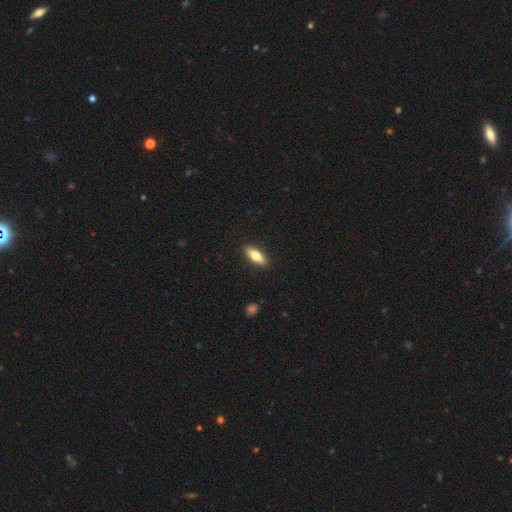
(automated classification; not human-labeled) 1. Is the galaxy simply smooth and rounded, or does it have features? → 65% smooth, 29% featured or disk, 6% star or artifact.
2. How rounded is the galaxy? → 57% in between, 40% cigar-shaped, 3% round.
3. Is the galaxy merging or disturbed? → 90% none, 7% minor disturbance, 2% major disturbance, 1% merger.